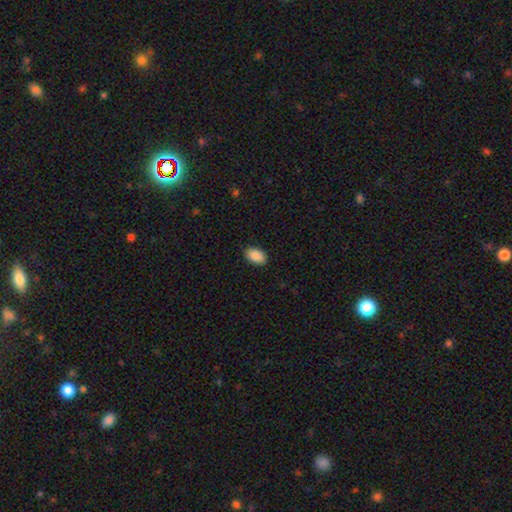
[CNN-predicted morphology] Smooth or featured? Predicted: smooth (p=0.90). How rounded? Predicted: in between (p=0.91). Merging? Predicted: none (p=0.89).